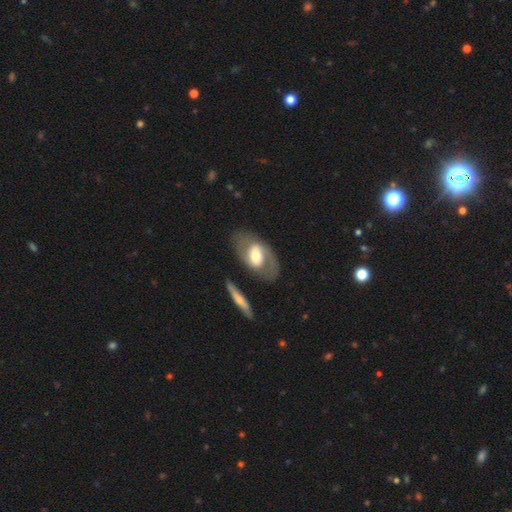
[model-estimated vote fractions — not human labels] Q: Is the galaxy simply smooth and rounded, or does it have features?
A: featured or disk — 62%.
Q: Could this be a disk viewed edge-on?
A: no — 90%.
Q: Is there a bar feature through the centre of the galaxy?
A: weak — 36%.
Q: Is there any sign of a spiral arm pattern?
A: yes — 61%.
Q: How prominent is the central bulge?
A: moderate — 62%.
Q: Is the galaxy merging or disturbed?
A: none — 73%.